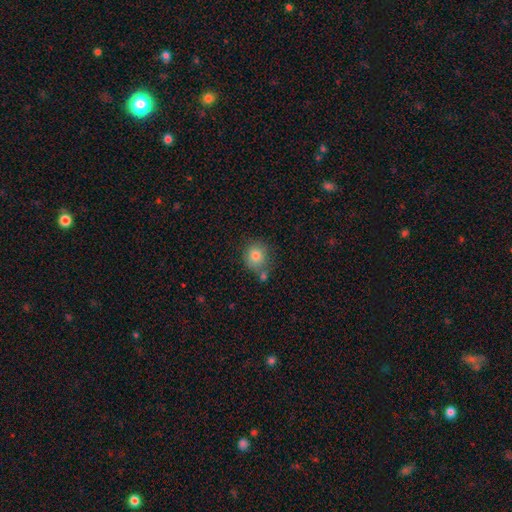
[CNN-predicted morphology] smooth_or_featured: smooth (p=0.81) [alt: star or artifact p=0.10]
how_rounded: round (p=0.82) [alt: in between p=0.17]
merging: none (p=0.65) [alt: minor disturbance p=0.16]